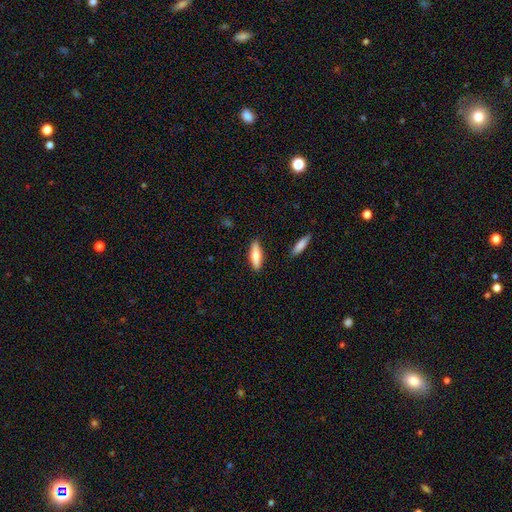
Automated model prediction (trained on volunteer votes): Morphology: type=smooth (70%); roundness=cigar-shaped (51%); merging=none (87%).